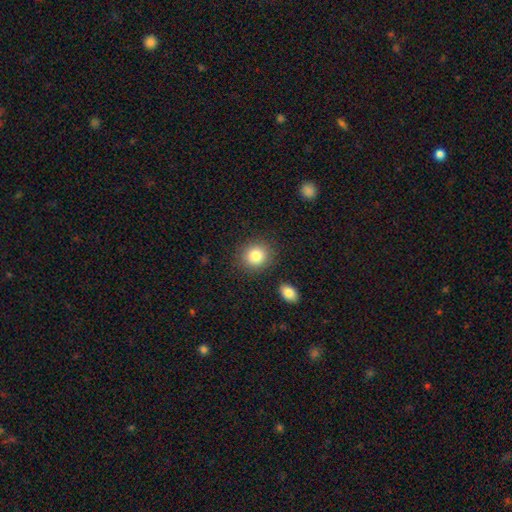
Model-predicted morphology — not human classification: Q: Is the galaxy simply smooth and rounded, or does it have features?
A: smooth — 84%.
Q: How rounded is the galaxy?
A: round — 81%.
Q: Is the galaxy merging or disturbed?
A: none — 85%.